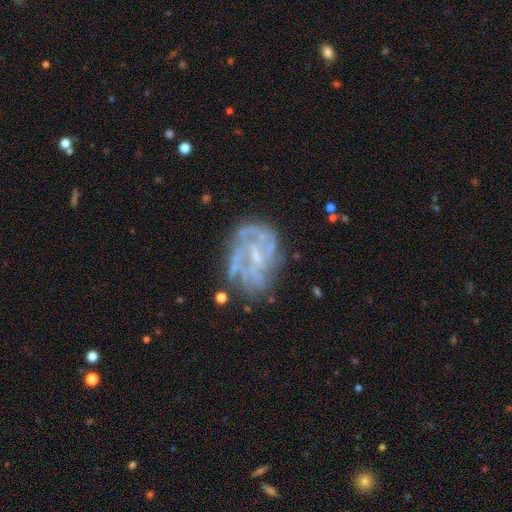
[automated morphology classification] Smooth or featured? Predicted: featured or disk (p=0.80). Edge-on disk? Predicted: no (p=0.98). Bar? Predicted: no (p=0.44, tied with weak). Spiral arms? Predicted: yes (p=0.86). Spiral winding? Predicted: tight (p=0.44). Spiral arm count? Predicted: can't tell (p=0.33). Bulge size? Predicted: small (p=0.65). Merging? Predicted: none (p=0.63).